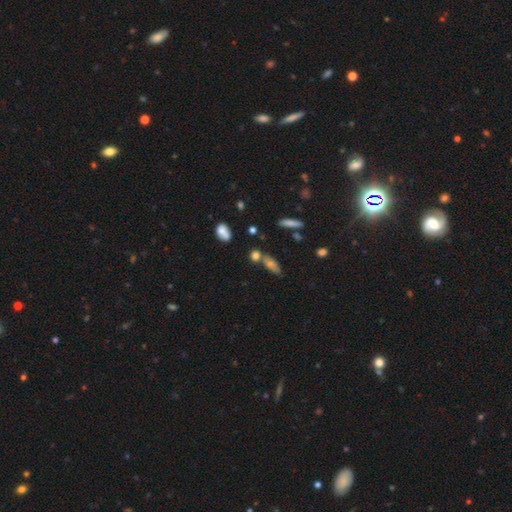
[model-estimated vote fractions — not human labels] Smooth or featured?
  - smooth: 72% *
  - featured or disk: 14%
  - star or artifact: 14%
How rounded?
  - in between: 42% *
  - round: 41%
  - cigar-shaped: 17%
Merging?
  - none: 55% *
  - merger: 27%
  - minor disturbance: 13%
  - major disturbance: 5%